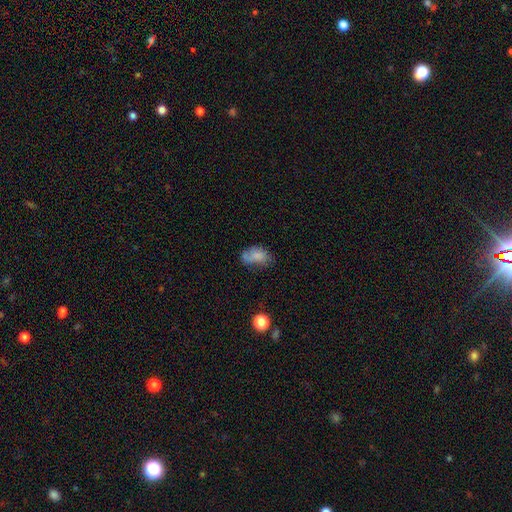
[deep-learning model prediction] This is likely a smooth galaxy (72%). How rounded: clearly in between (87%). Merging: marginally none (43%).